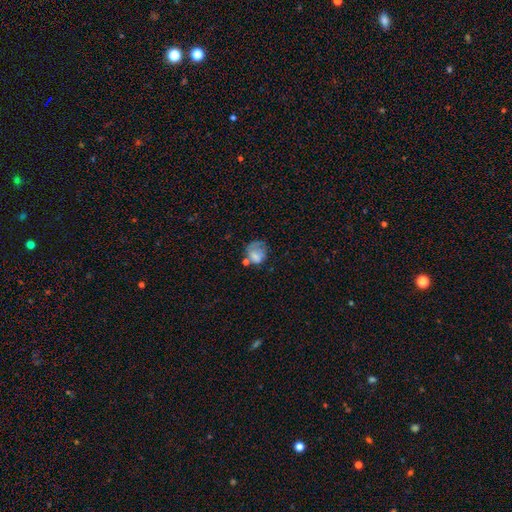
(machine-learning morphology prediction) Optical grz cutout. It shows a smooth galaxy with no disk features (66%) that is round (59%). Merging: none (32%).